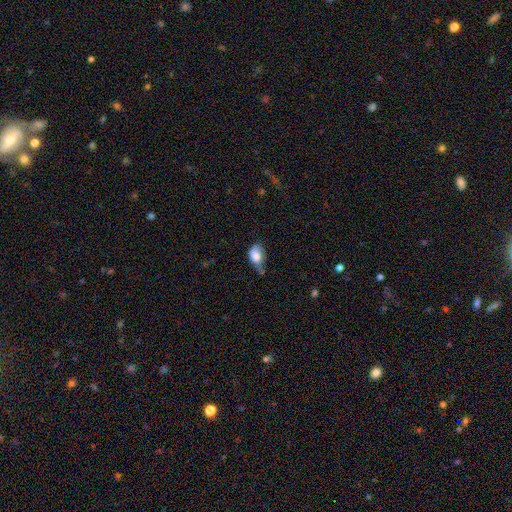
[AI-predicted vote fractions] This is likely a smooth galaxy (78%). How rounded: clearly in between (83%). Merging: possibly minor disturbance (45%).